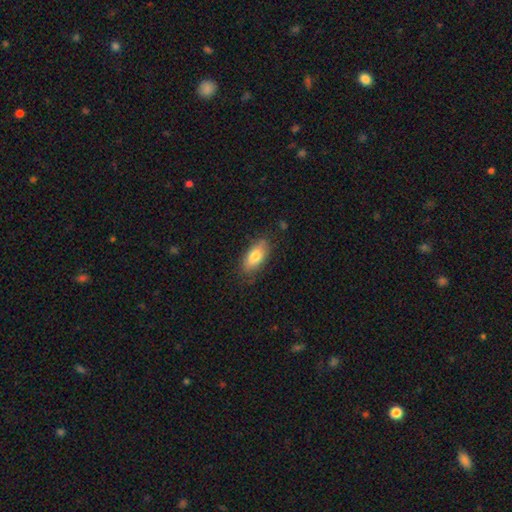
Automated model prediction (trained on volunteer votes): smooth 76%, featured or disk 18%, star or artifact 6%. Down the decision tree: how rounded — in between (87%); merging — none (76%).